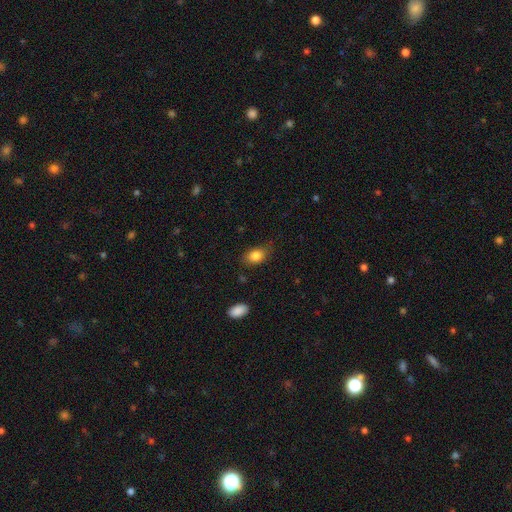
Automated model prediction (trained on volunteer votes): Smooth or featured?
  - smooth: 84% *
  - star or artifact: 9%
  - featured or disk: 7%
How rounded?
  - in between: 80% *
  - round: 19%
  - cigar-shaped: 2%
Merging?
  - none: 72% *
  - minor disturbance: 21%
  - major disturbance: 5%
  - merger: 2%